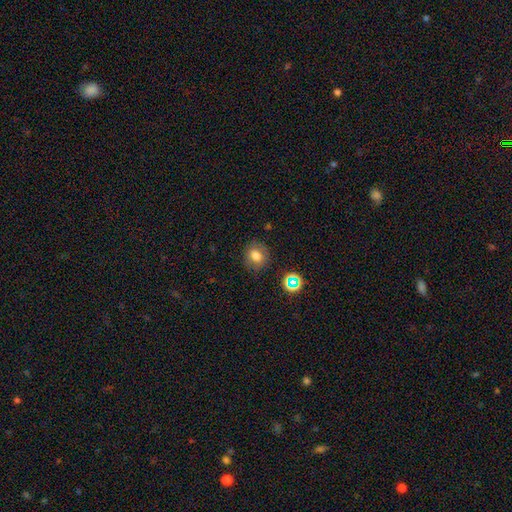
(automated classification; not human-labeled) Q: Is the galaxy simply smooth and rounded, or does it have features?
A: smooth — 74%.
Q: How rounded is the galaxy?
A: round — 73%.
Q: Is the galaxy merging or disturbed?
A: none — 81%.